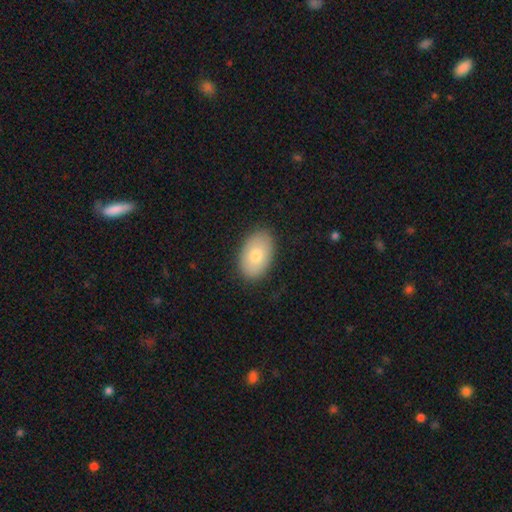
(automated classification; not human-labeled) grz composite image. It shows a smooth galaxy with no disk features (79%) that is in between round and cigar-shaped (92%). Merging: none (87%).